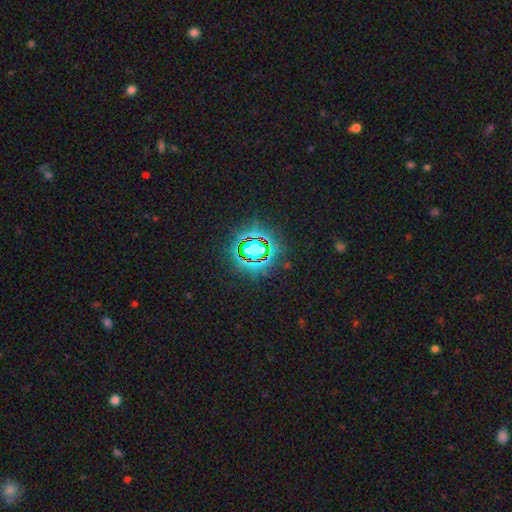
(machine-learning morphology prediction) type=star or artifact (80%).